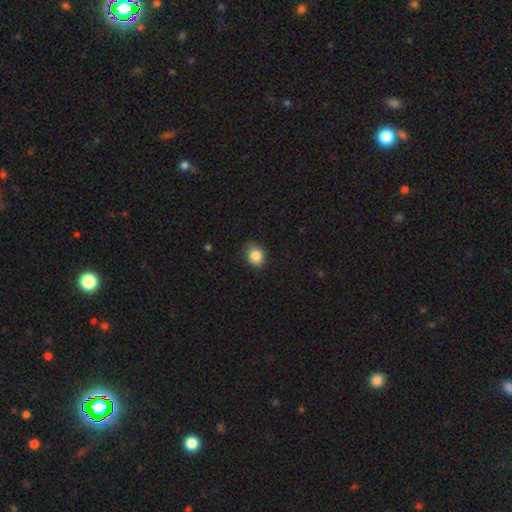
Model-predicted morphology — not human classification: Smooth or featured?
  - smooth: 85% *
  - star or artifact: 10%
  - featured or disk: 5%
How rounded?
  - round: 68% *
  - in between: 31%
  - cigar-shaped: 1%
Merging?
  - none: 83% *
  - minor disturbance: 14%
  - major disturbance: 2%
  - merger: 1%